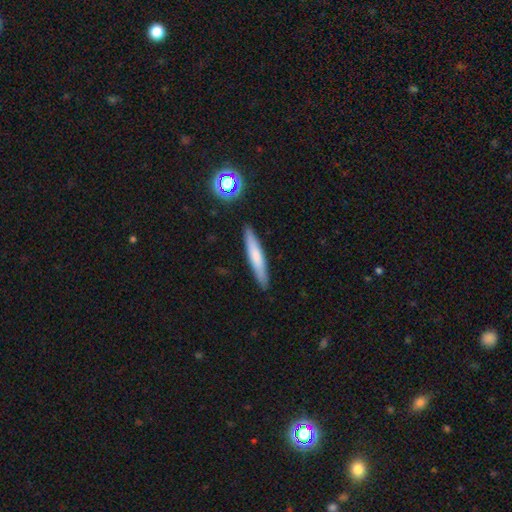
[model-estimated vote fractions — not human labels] smooth 66%, featured or disk 27%, star or artifact 7%. Down the decision tree: how rounded — cigar-shaped (92%); merging — none (89%).